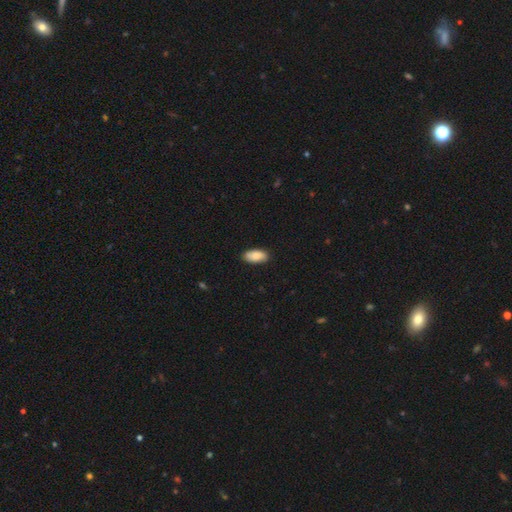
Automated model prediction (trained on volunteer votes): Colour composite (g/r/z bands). It shows a smooth galaxy with no disk features (87%) that is in between round and cigar-shaped (90%). Merging: none (87%).